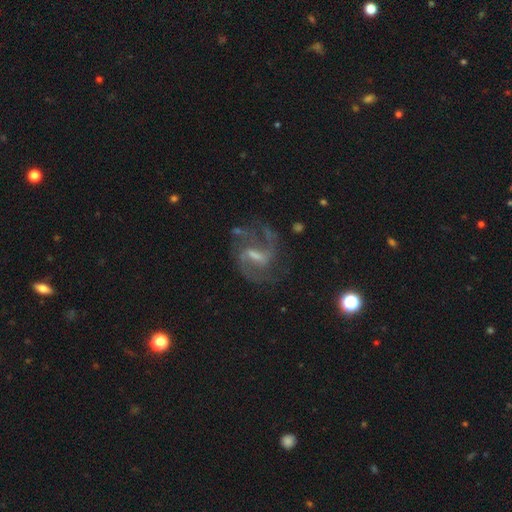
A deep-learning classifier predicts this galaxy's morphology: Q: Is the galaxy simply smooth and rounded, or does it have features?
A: featured or disk — 85%.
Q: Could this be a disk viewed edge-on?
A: no — 97%.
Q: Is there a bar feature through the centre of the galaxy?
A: weak — 52%.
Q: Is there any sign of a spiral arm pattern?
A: yes — 94%.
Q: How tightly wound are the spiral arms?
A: medium — 56%.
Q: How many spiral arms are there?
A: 2 — 65%.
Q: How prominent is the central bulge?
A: small — 36%, tied with moderate.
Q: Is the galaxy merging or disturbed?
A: none — 63%.